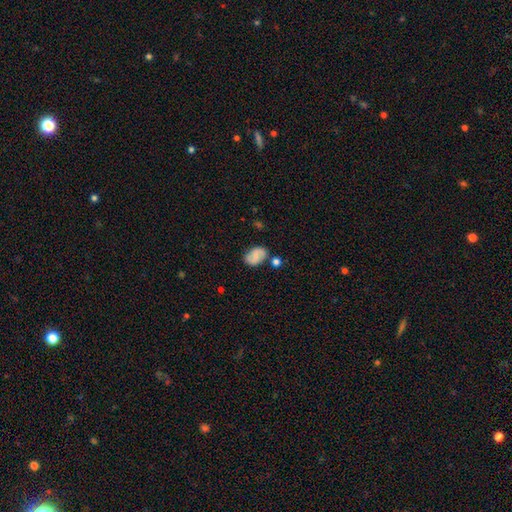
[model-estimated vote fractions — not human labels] A smooth galaxy with no disk features (54%) that is in between round and cigar-shaped (84%).

Vote fractions:
- Smooth or featured? smooth: 54% / featured or disk: 37% / star or artifact: 10%
- How rounded? in between: 84% / round: 14% / cigar-shaped: 2%
- Merging? none: 67% / minor disturbance: 18% / merger: 9% / major disturbance: 5%